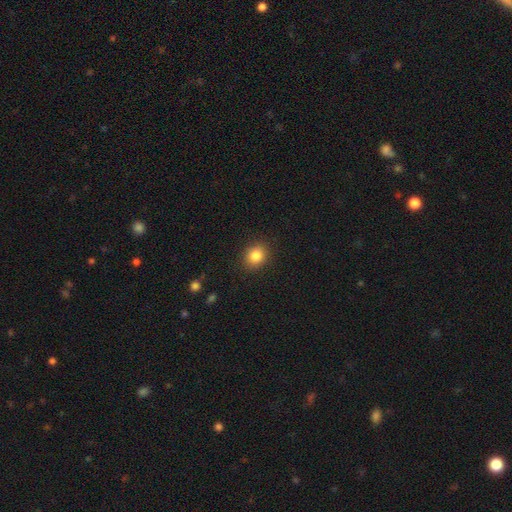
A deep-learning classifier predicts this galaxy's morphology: Smooth or featured?
  - smooth: 84% *
  - star or artifact: 10%
  - featured or disk: 6%
How rounded?
  - round: 63% *
  - in between: 36%
  - cigar-shaped: 1%
Merging?
  - none: 89% *
  - minor disturbance: 8%
  - major disturbance: 2%
  - merger: 1%